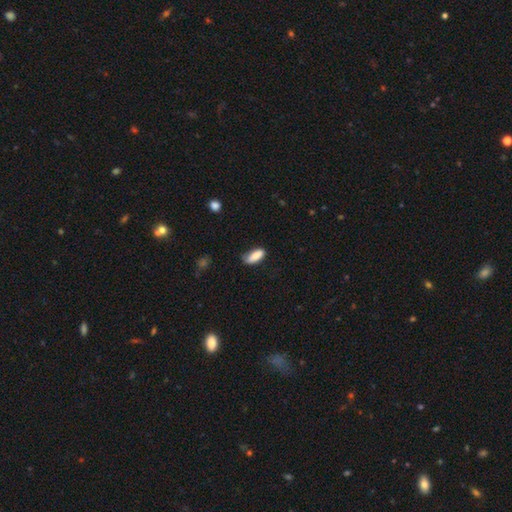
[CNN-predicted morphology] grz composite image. It shows a smooth galaxy with no disk features (82%) that is in between round and cigar-shaped (76%). Merging: none (62%).